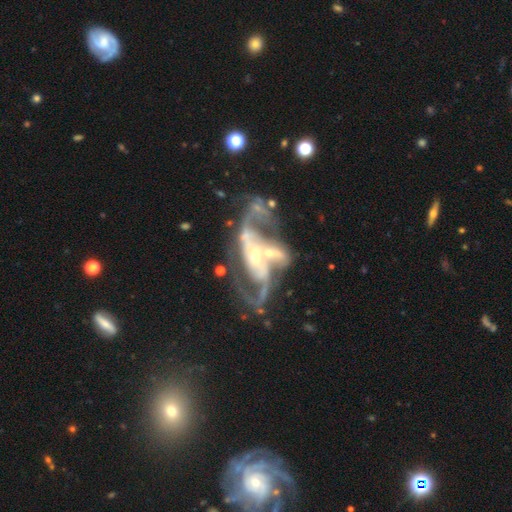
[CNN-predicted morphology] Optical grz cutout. It shows a featured or disk galaxy (86%) with no bar (47%), 2 (55%) loose (48%) spiral arms (90%) and a small central bulge (47%). Merging: merger (48%).